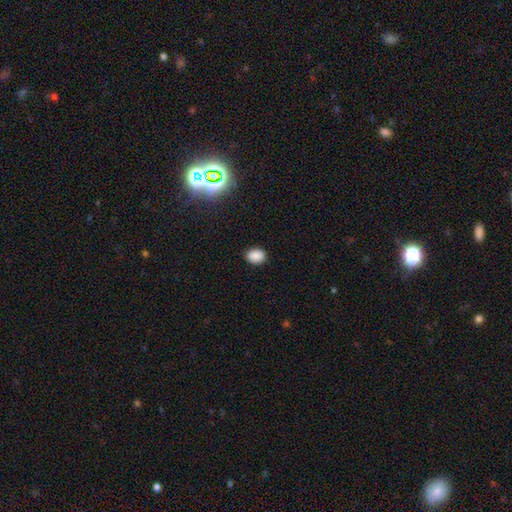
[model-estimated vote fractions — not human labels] Smooth or featured? smooth (86%)
How rounded? in between (63%)
Merging? none (87%)